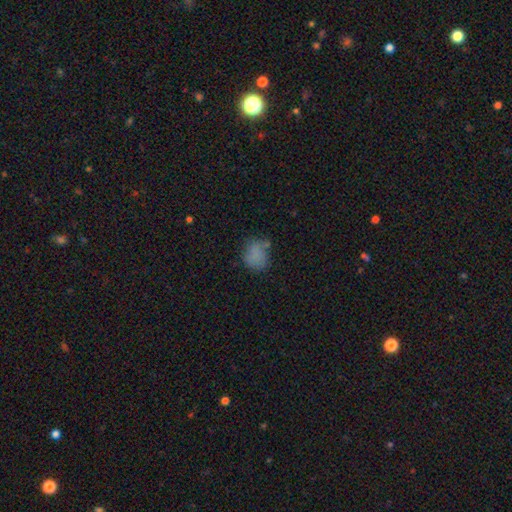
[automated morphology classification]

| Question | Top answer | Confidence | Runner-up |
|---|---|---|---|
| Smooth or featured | smooth | 78% | star or artifact (12%) |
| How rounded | round | 57% | in between (42%) |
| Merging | none | 57% | minor disturbance (25%) |